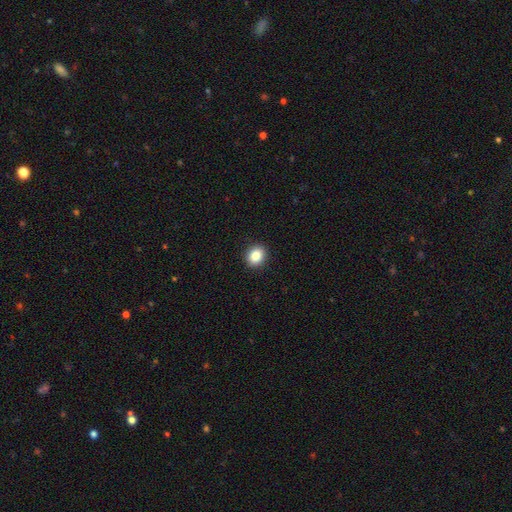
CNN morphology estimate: smooth-or-featured: smooth: 86% | star or artifact: 9% | featured or disk: 5%
  how-rounded: round: 64% | in between: 35% | cigar-shaped: 1%
  merging: none: 92% | minor disturbance: 6% | major disturbance: 2% | merger: 1%